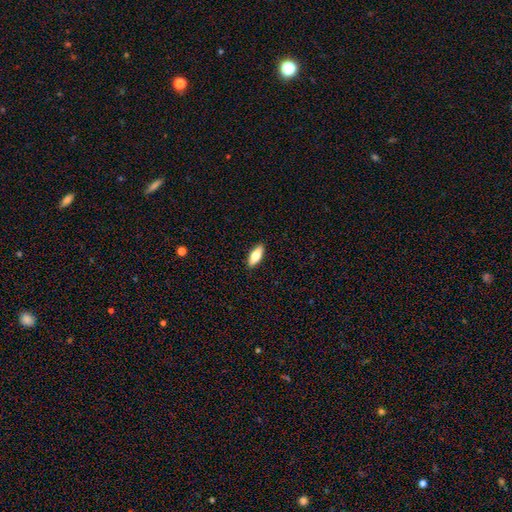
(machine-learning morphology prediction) The model was most divided on "how rounded": in between: 75%, cigar-shaped: 23%, round: 2%. More confident: merging — none (90%); smooth or featured — smooth (73%).